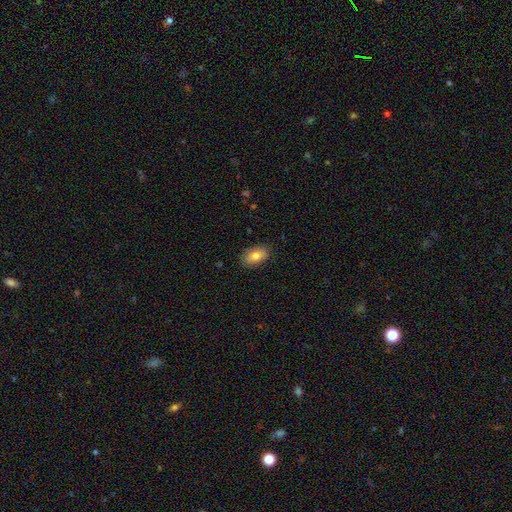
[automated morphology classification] Smooth or featured? smooth (81%)
How rounded? in between (91%)
Merging? none (86%)